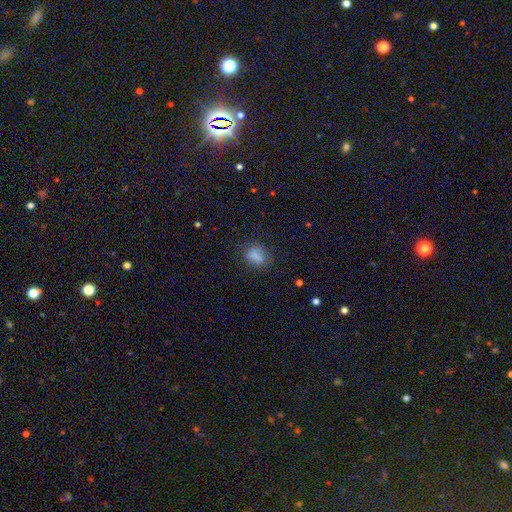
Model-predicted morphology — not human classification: The model was most divided on "how rounded": in between: 57%, round: 40%, cigar-shaped: 2%. More confident: smooth or featured — smooth (81%); merging — none (74%).